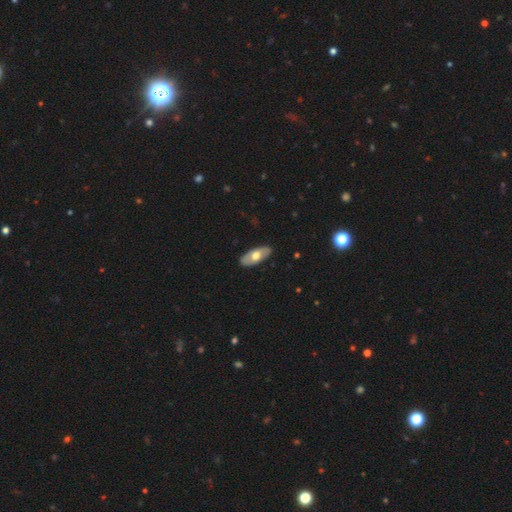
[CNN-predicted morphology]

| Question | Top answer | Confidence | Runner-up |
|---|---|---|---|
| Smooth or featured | smooth | 55% | featured or disk (41%) |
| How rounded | in between | 88% | cigar-shaped (9%) |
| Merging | none | 88% | minor disturbance (9%) |